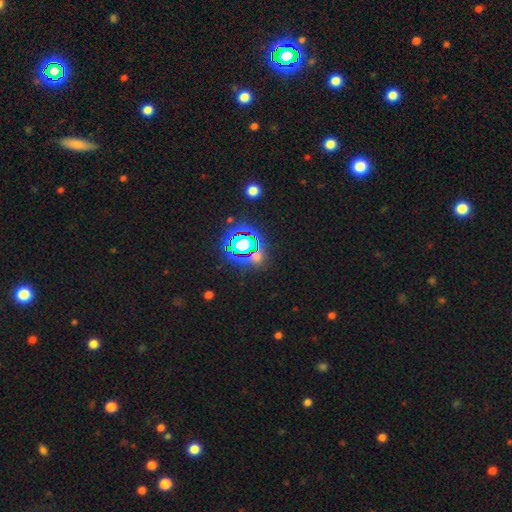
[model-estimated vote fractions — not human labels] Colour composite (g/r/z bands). It shows a star or artifact, not a galaxy (66%).